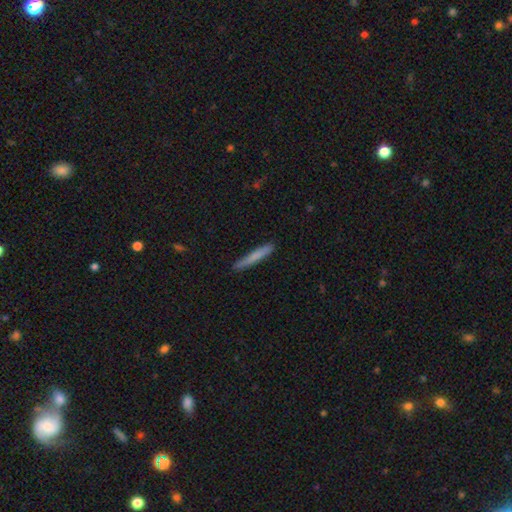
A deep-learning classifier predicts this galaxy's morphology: Overall: smooth (74%). How rounded: cigar-shaped (96%). Merging: none (87%).